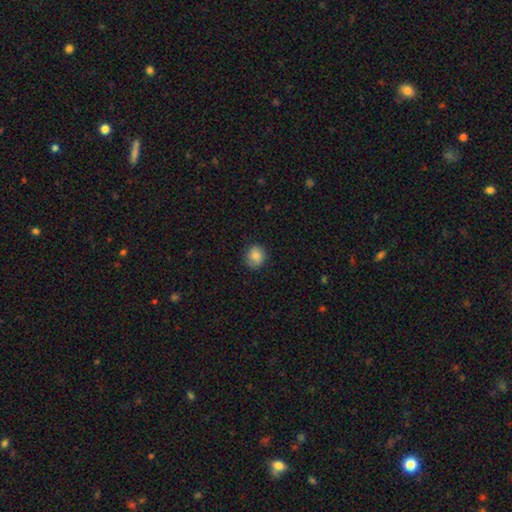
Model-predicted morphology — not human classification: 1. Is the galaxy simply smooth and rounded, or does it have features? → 85% smooth, 8% star or artifact, 7% featured or disk.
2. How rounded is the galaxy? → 73% round, 26% in between, 1% cigar-shaped.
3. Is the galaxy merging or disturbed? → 85% none, 12% minor disturbance, 3% major disturbance, 1% merger.